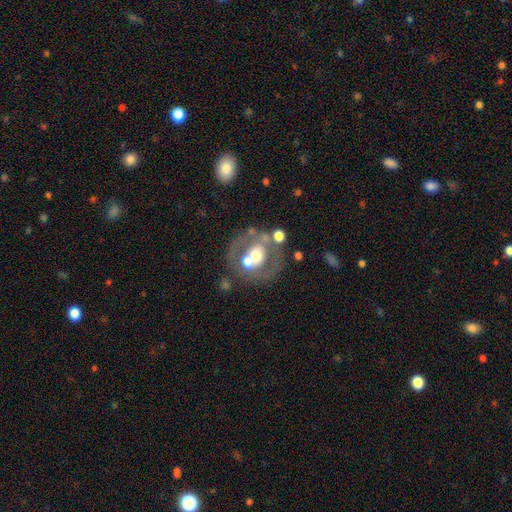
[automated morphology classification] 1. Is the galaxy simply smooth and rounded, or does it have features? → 54% featured or disk, 36% smooth, 9% star or artifact.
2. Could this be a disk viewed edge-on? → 95% no, 5% yes.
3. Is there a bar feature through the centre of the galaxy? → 81% no, 13% weak, 6% strong.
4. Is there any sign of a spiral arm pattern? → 87% no, 13% yes.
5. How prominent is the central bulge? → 60% moderate, 27% large, 7% small, 3% dominant, 2% none.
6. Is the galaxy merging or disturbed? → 56% none, 19% merger, 15% minor disturbance, 11% major disturbance.